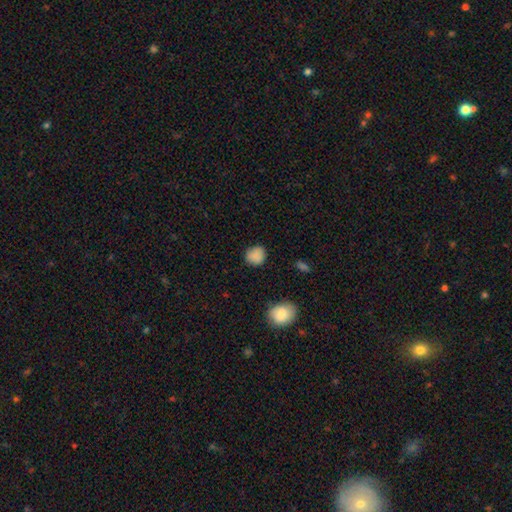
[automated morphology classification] type=smooth (86%); roundness=round (83%); merging=none (81%).